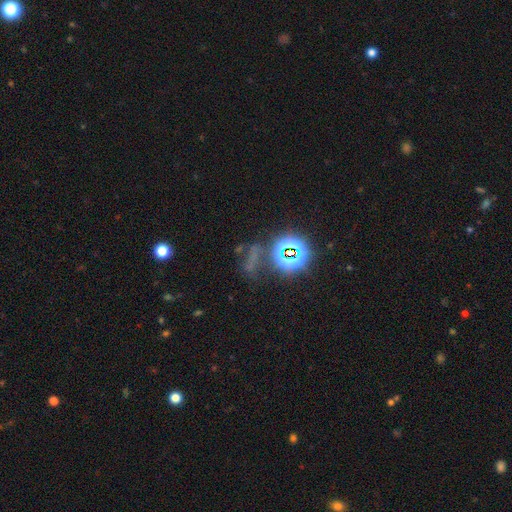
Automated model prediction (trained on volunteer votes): Overall: star or artifact (60%; smooth 26%).